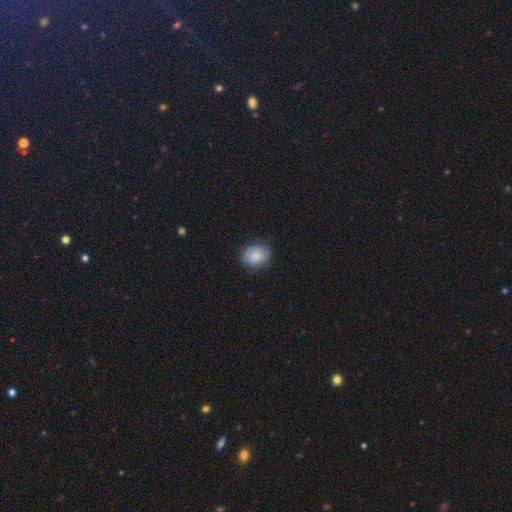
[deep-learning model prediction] Smooth or featured: smooth — 77% (featured or disk — 16%)
How rounded: round — 53% (in between — 46%)
Merging: none — 78% (minor disturbance — 17%)